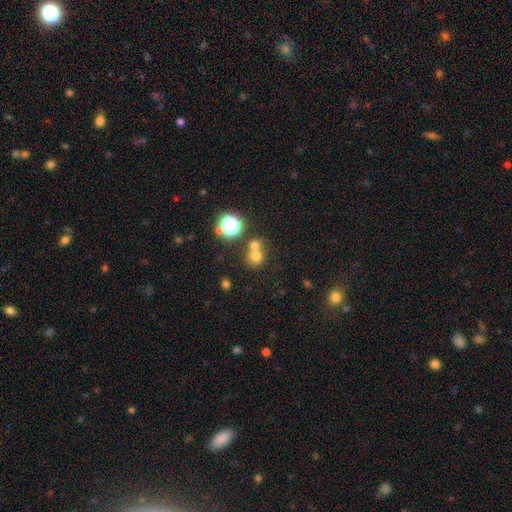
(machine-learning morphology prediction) This appears to be a smooth galaxy with no disk features (67%) that is round (83%). Merging: none (46%).